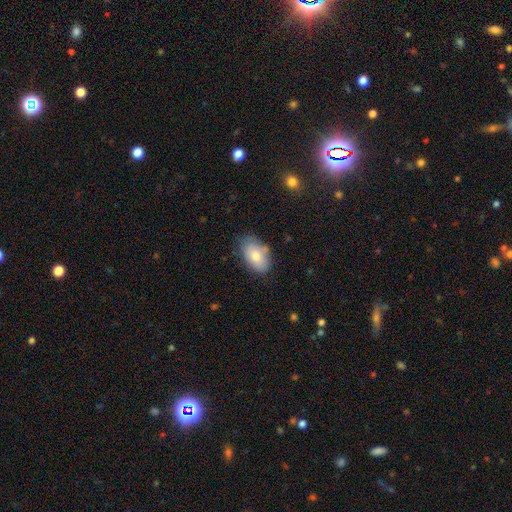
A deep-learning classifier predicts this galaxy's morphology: Smooth or featured? smooth (79%)
How rounded? in between (92%)
Merging? none (72%)